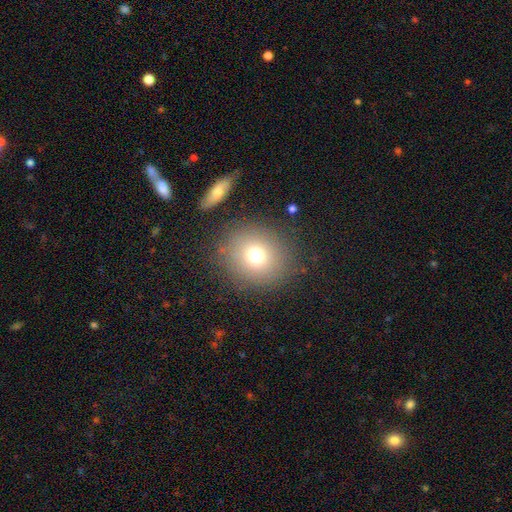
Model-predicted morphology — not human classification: A smooth galaxy with no disk features (71%) that is round (86%). Merging: none (84%).